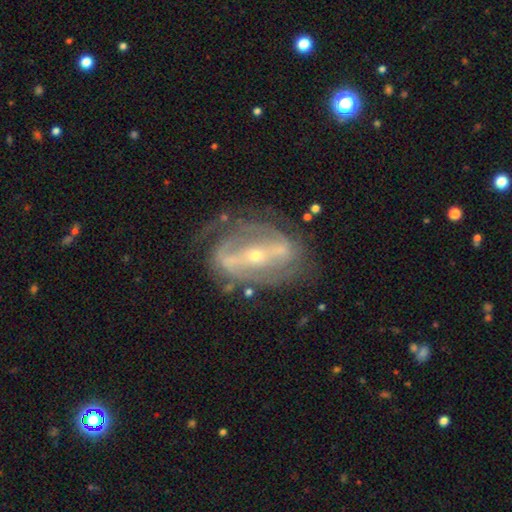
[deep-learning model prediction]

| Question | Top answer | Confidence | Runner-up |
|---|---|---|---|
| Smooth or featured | featured or disk | 86% | smooth (8%) |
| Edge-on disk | no | 92% | yes (8%) |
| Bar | strong | 69% | weak (18%) |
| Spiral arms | yes | 79% | no (21%) |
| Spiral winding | tight | 41% | medium (40%) |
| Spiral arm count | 2 | 64% | can't tell (20%) |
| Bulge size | small | 71% | moderate (25%) |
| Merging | none | 61% | minor disturbance (20%) |